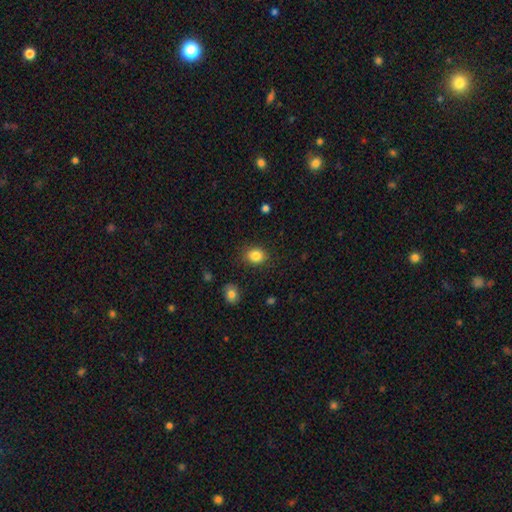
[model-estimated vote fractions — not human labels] Smooth or featured? Predicted: smooth (p=0.84). How rounded? Predicted: round (p=0.54). Merging? Predicted: none (p=0.85).